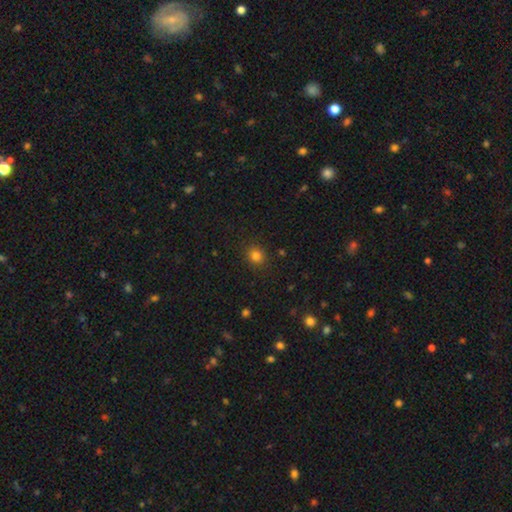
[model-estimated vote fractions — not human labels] This appears to be a smooth galaxy with no disk features (82%) that is round (82%). Merging: none (89%).